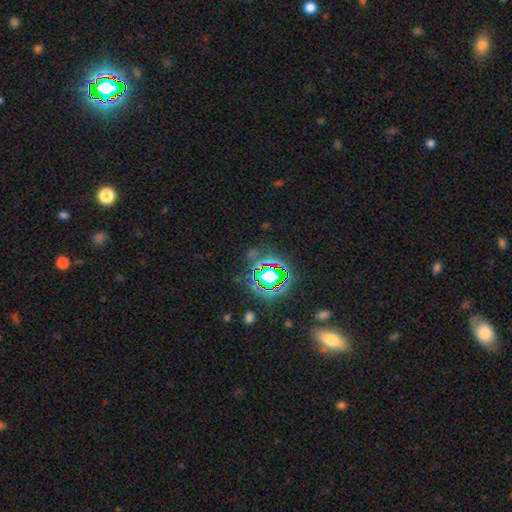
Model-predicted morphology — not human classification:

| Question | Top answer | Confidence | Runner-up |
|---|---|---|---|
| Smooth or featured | star or artifact | 74% | smooth (14%) |